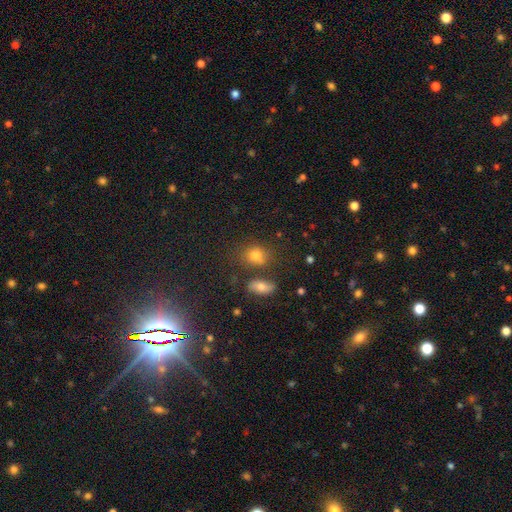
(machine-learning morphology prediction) Smooth or featured? smooth (73%)
How rounded? round (49%, tied with in between)
Merging? none (64%)